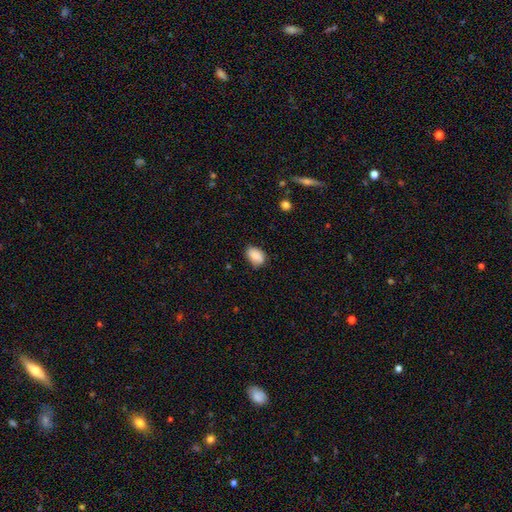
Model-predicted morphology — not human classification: A smooth galaxy with no disk features (83%) that is in between round and cigar-shaped (82%). Merging: none (67%).